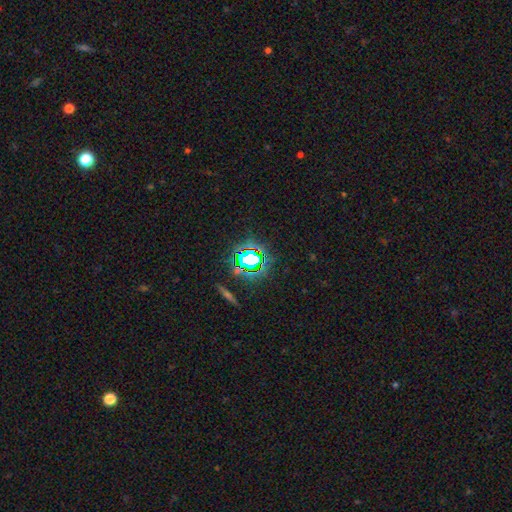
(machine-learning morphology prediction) Smooth or featured? star or artifact (68%)